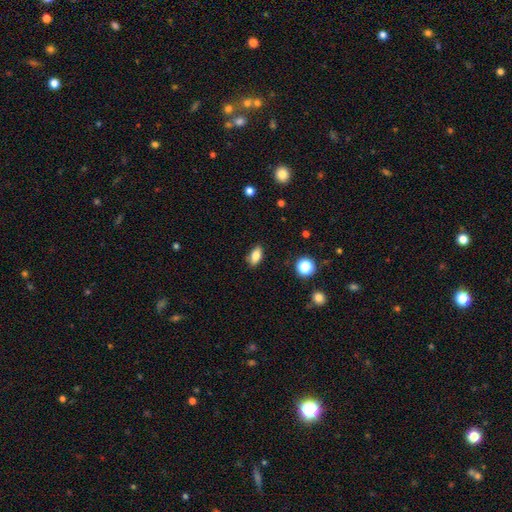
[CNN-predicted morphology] Q: Smooth or featured?
A: smooth (80%); runner-up: featured or disk (11%)
Q: How rounded?
A: in between (86%); runner-up: cigar-shaped (7%)
Q: Merging?
A: none (86%); runner-up: minor disturbance (11%)